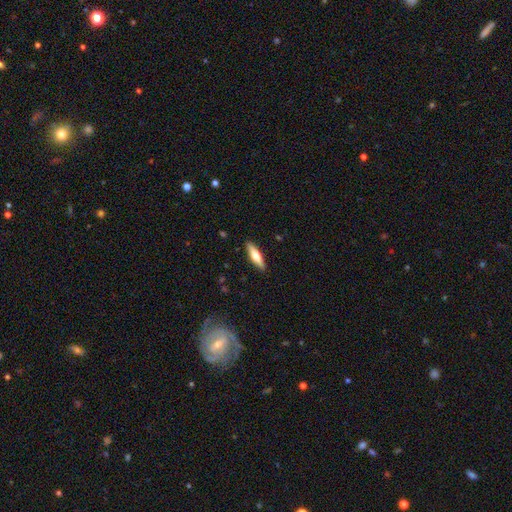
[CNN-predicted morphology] Overall: smooth (48%; featured or disk 46%). Merging: none (90%).